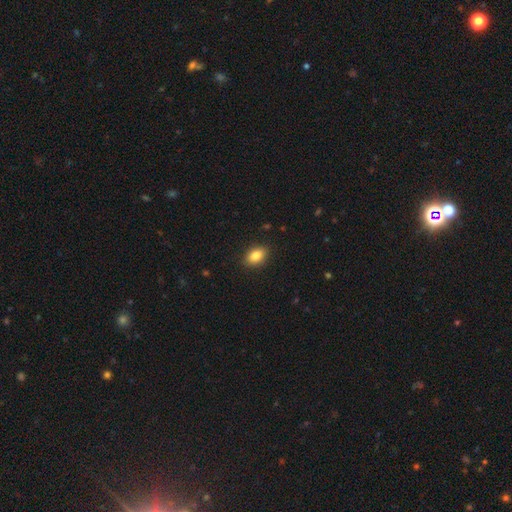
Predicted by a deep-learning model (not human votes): Smooth or featured: smooth — 84% (star or artifact — 8%)
How rounded: in between — 82% (round — 16%)
Merging: none — 89% (minor disturbance — 8%)